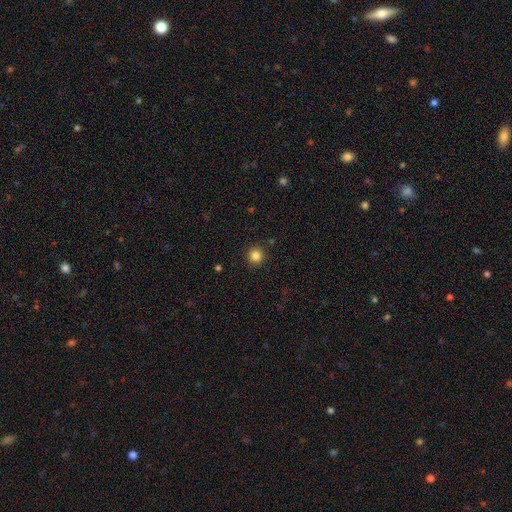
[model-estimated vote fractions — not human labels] Smooth or featured?
  - smooth: 84% *
  - star or artifact: 12%
  - featured or disk: 4%
How rounded?
  - round: 94% *
  - in between: 5%
  - cigar-shaped: 1%
Merging?
  - none: 91% *
  - minor disturbance: 6%
  - major disturbance: 2%
  - merger: 1%